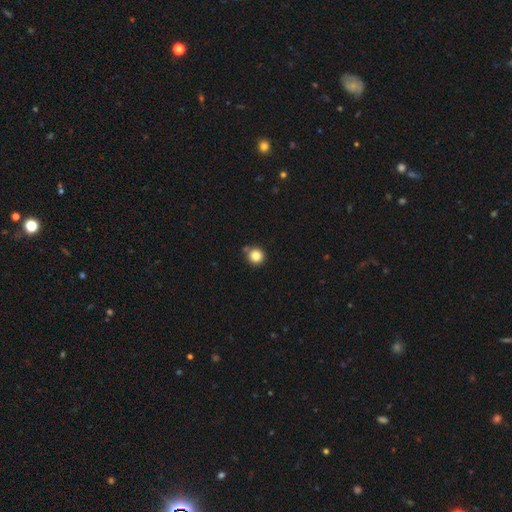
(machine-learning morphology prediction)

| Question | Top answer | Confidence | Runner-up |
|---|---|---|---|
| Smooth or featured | smooth | 84% | star or artifact (11%) |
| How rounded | round | 94% | in between (5%) |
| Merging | none | 79% | minor disturbance (10%) |